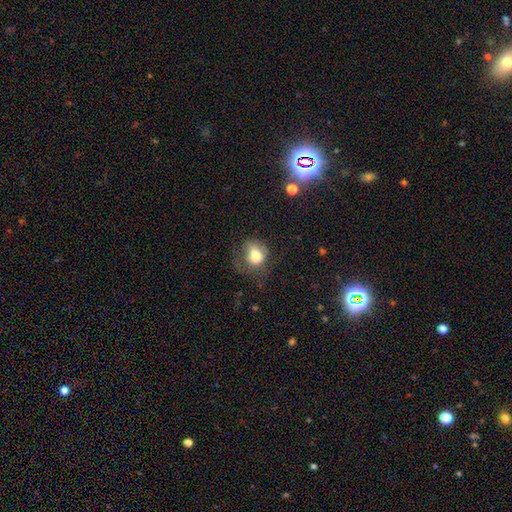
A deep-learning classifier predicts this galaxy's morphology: smooth-or-featured: smooth: 73% | featured or disk: 16% | star or artifact: 11%
  how-rounded: in between: 54% | round: 44% | cigar-shaped: 1%
  merging: none: 41% | minor disturbance: 28% | major disturbance: 28% | merger: 3%